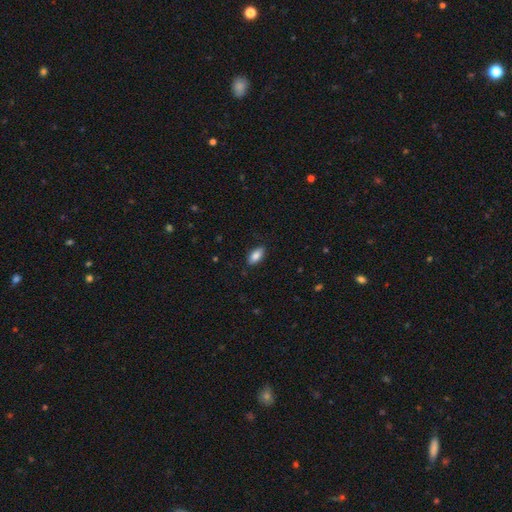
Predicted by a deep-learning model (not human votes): Overall: smooth (85%). How rounded: in between (90%). Merging: none (87%).